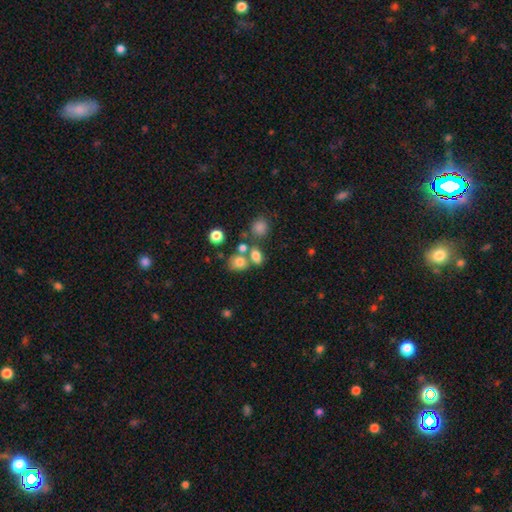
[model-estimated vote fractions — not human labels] Smooth or featured? Predicted: smooth (p=0.75). How rounded? Predicted: in between (p=0.56). Merging? Predicted: none (p=0.50).